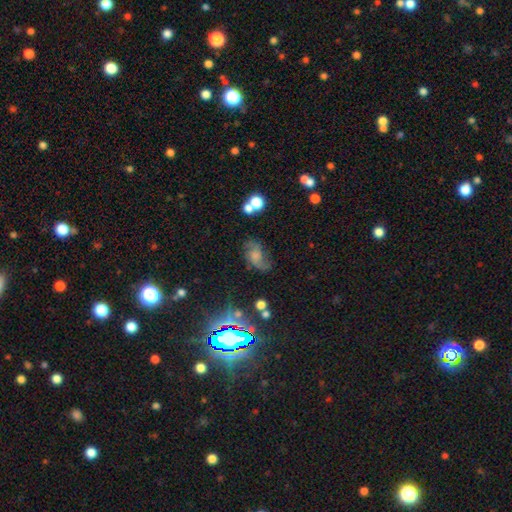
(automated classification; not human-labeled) Smooth or featured? Predicted: featured or disk (p=0.65). Edge-on disk? Predicted: no (p=0.96). Bar? Predicted: no (p=0.63). Spiral arms? Predicted: yes (p=0.91). Spiral winding? Predicted: loose (p=0.55). Spiral arm count? Predicted: 2 (p=0.87). Bulge size? Predicted: none (p=0.42). Merging? Predicted: none (p=0.60).